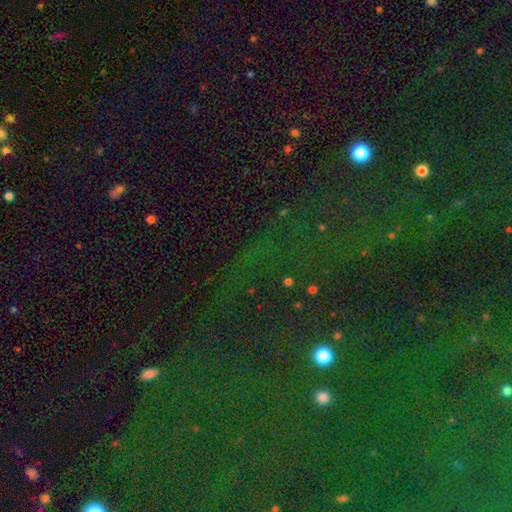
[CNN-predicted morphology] This is likely a star or artifact rather than a galaxy (79%).